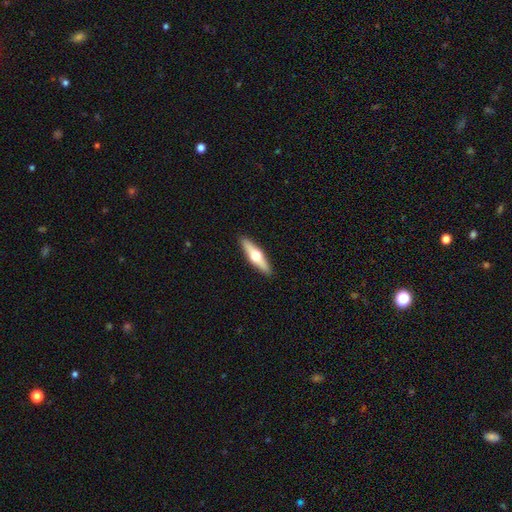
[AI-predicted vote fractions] This appears to be a featured or disk galaxy (54%) viewed edge-on (93%) with a rounded central bulge (95%). Merging: none (91%).